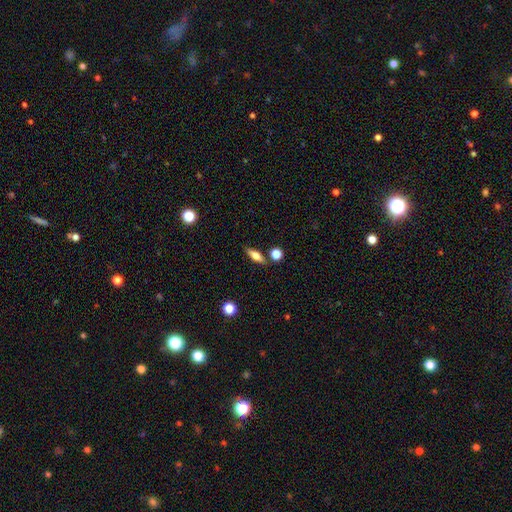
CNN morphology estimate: Smooth or featured: smooth — 62% (featured or disk — 30%)
How rounded: in between — 58% (cigar-shaped — 36%)
Merging: none — 81% (minor disturbance — 10%)